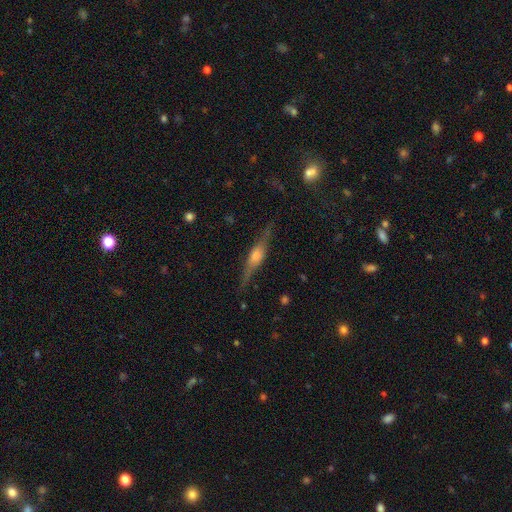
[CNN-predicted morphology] A featured or disk galaxy (75%) viewed edge-on (96%) with a rounded central bulge (80%).

Vote fractions:
- Smooth or featured? featured or disk: 75% / smooth: 18% / star or artifact: 8%
- Edge-on disk? yes: 96% / no: 4%
- Edge-on bulge? rounded: 80% / boxy: 15% / none: 5%
- Merging? none: 83% / minor disturbance: 12% / major disturbance: 3% / merger: 1%